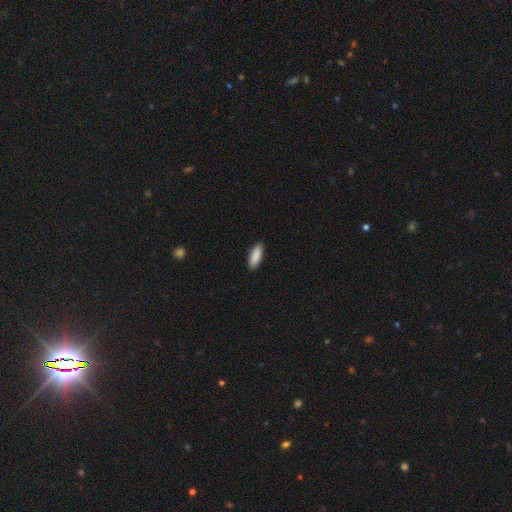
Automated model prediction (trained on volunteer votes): Smooth or featured: smooth — 90% (star or artifact — 5%)
How rounded: in between — 69% (cigar-shaped — 30%)
Merging: none — 89% (minor disturbance — 8%)